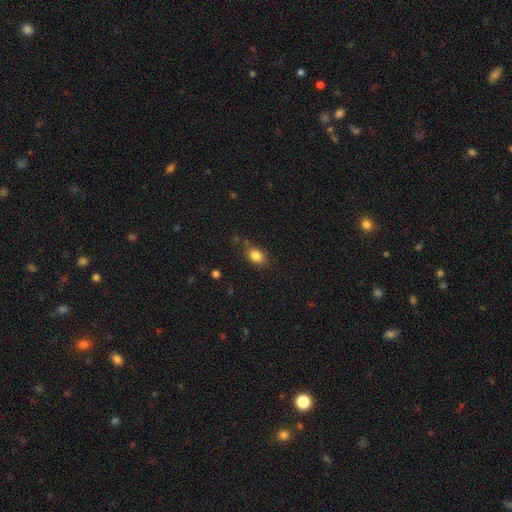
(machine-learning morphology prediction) The model was most divided on "merging": none: 75%, minor disturbance: 18%, major disturbance: 4%, merger: 3%. More confident: smooth or featured — smooth (84%); how rounded — in between (79%).